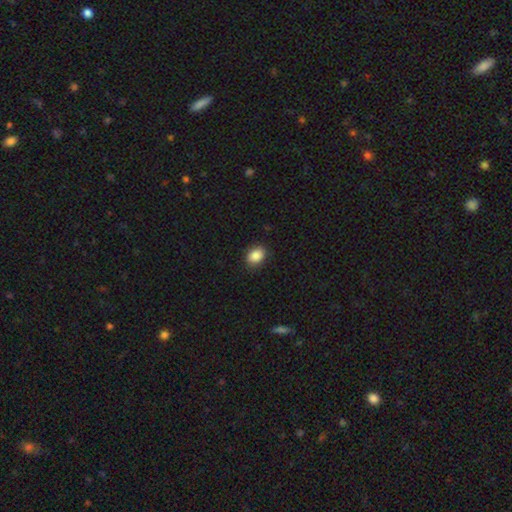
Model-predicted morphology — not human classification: This is clearly a smooth galaxy (87%). How rounded: likely in between (69%). Merging: clearly none (87%).